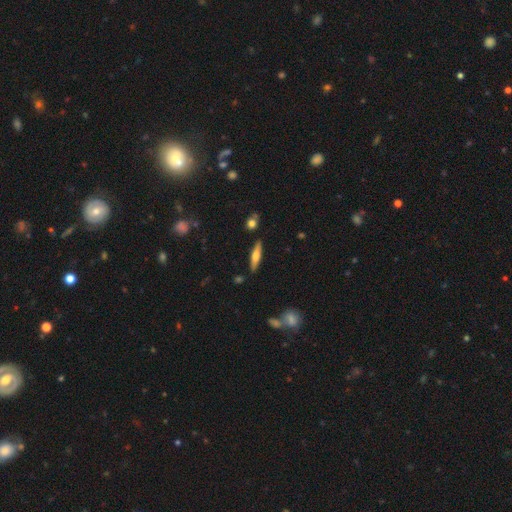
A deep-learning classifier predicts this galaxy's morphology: Smooth or featured: featured or disk — 50% (smooth — 44%)
Merging: none — 87% (minor disturbance — 9%)